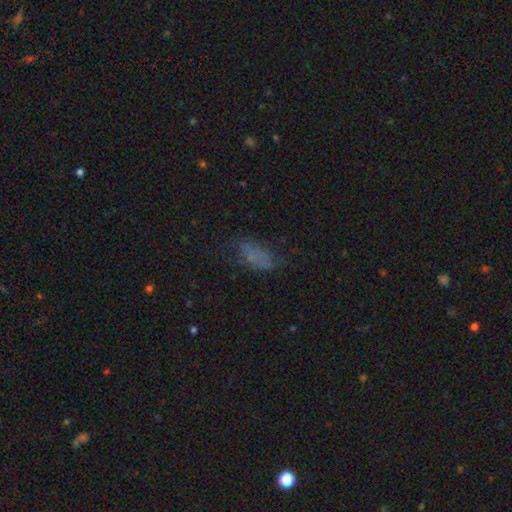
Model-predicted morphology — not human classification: smooth_or_featured: smooth (p=0.62) [alt: featured or disk p=0.20]
how_rounded: in between (p=0.86) [alt: cigar-shaped p=0.10]
merging: none (p=0.54) [alt: minor disturbance p=0.25]